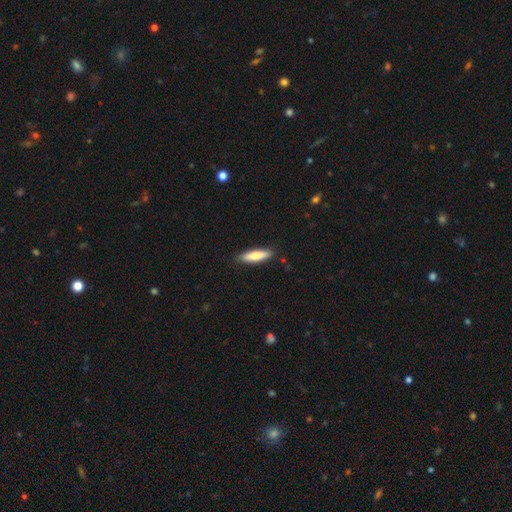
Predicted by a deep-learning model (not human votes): This is likely a smooth galaxy (77%). How rounded: likely cigar-shaped (69%). Merging: clearly none (88%).